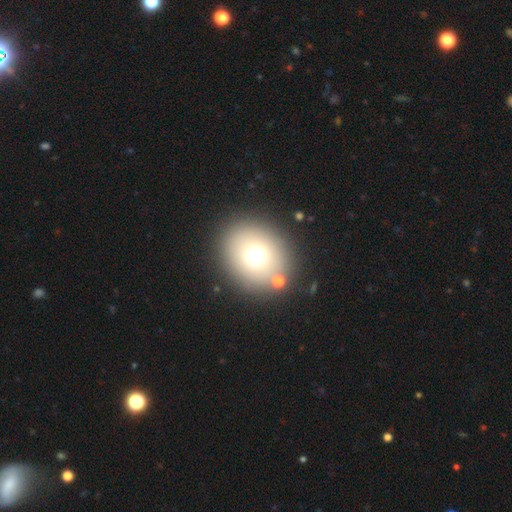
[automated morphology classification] A smooth galaxy with no disk features (69%) that is round (71%).

Vote fractions:
- Smooth or featured? smooth: 69% / star or artifact: 17% / featured or disk: 15%
- How rounded? round: 71% / in between: 28% / cigar-shaped: 1%
- Merging? none: 82% / minor disturbance: 8% / merger: 6% / major disturbance: 4%